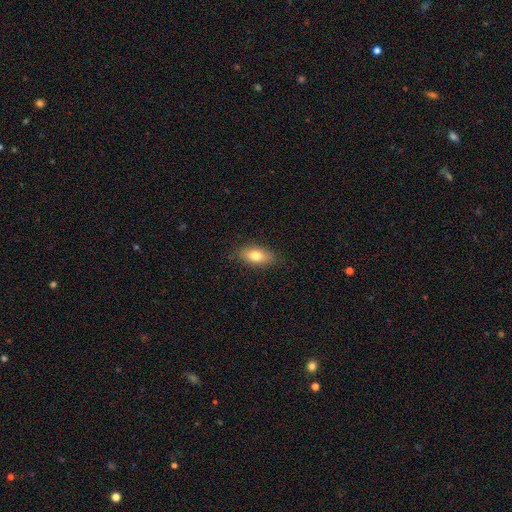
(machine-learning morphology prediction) A smooth galaxy with no disk features (77%) that is in between round and cigar-shaped (86%). Merging: none (85%).